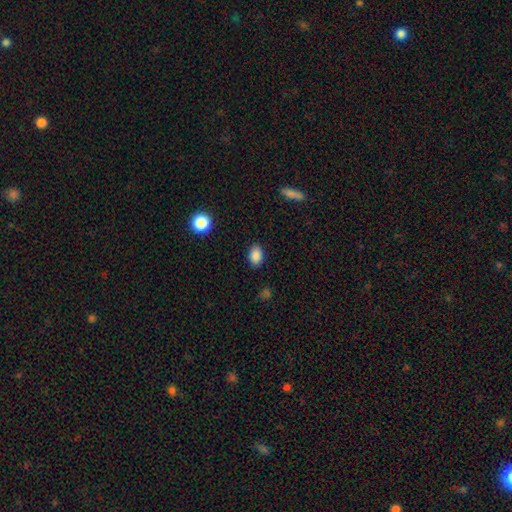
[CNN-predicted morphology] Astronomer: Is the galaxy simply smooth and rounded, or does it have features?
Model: smooth — 87%.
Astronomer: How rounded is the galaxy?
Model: in between — 78%.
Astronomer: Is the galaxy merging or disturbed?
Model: none — 86%.